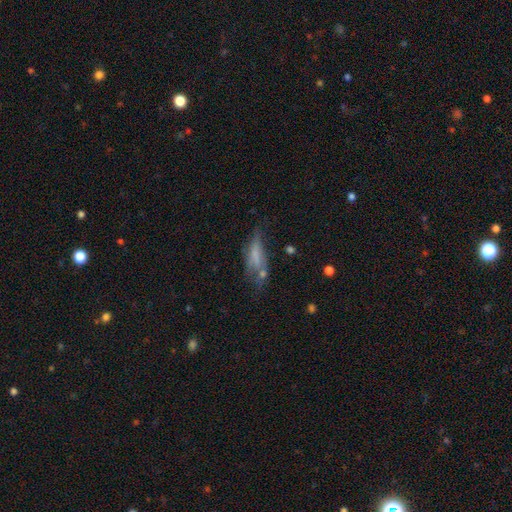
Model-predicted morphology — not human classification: smooth-or-featured: smooth: 49% | featured or disk: 40% | star or artifact: 11%
  merging: none: 37% | minor disturbance: 27% | major disturbance: 23% | merger: 13%